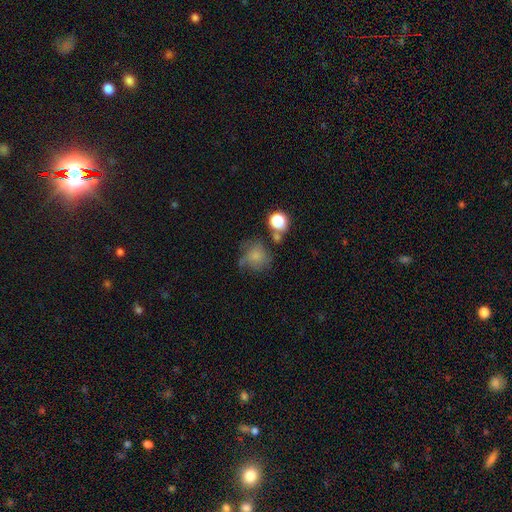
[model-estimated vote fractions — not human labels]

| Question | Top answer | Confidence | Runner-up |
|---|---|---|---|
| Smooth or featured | smooth | 67% | featured or disk (20%) |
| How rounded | round | 76% | in between (23%) |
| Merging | none | 43% | minor disturbance (25%) |